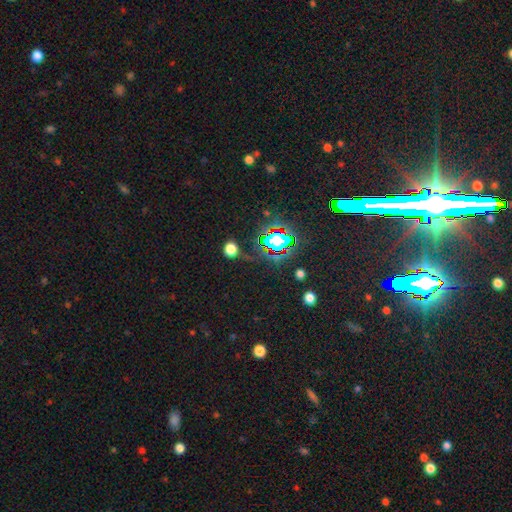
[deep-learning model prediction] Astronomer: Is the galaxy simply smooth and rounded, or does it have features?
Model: star or artifact — 79%.